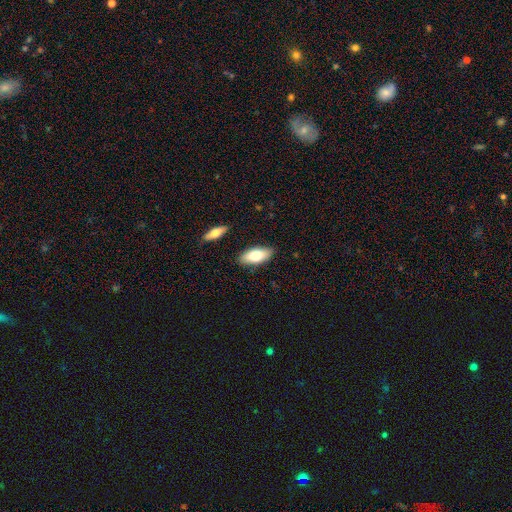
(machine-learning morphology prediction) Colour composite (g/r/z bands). It shows a smooth galaxy with no disk features (75%) that is in between round and cigar-shaped (87%). Merging: none (86%).